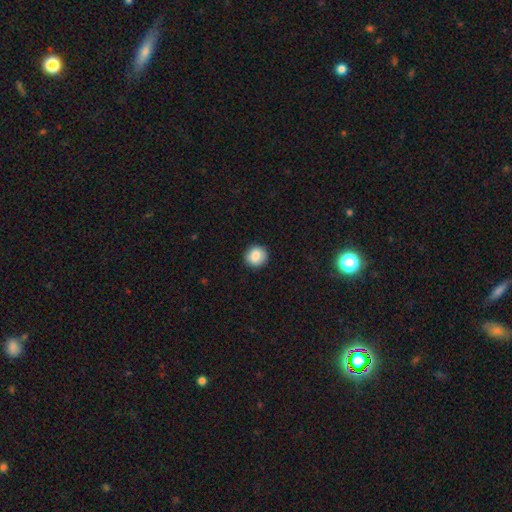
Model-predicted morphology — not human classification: This appears to be a smooth galaxy with no disk features (85%) that is round (88%). Merging: none (88%).